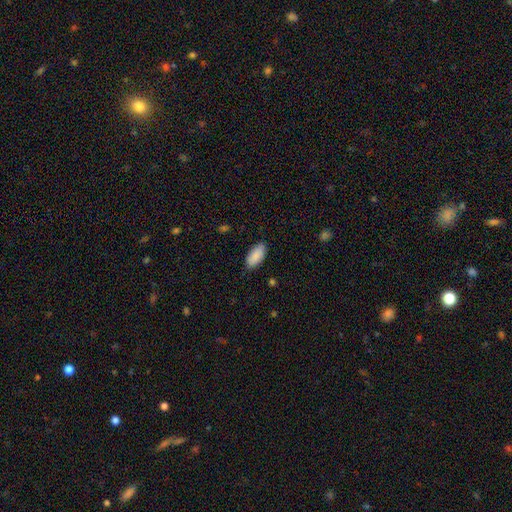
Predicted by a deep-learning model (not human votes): smooth_or_featured: smooth (p=0.89) [alt: star or artifact p=0.06]
how_rounded: in between (p=0.92) [alt: cigar-shaped p=0.06]
merging: none (p=0.84) [alt: minor disturbance p=0.13]